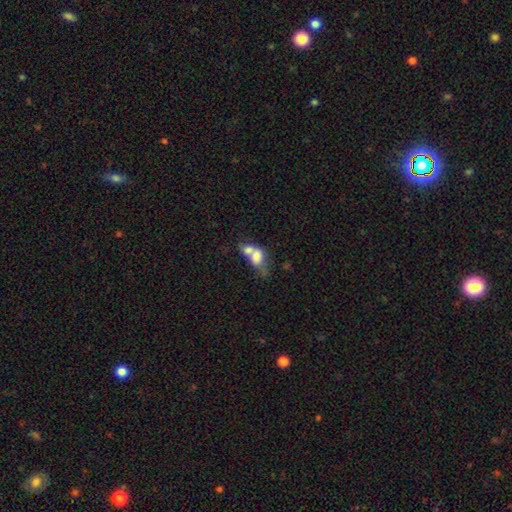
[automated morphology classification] smooth-or-featured: smooth: 68% | featured or disk: 22% | star or artifact: 9%
  how-rounded: in between: 77% | round: 20% | cigar-shaped: 3%
  merging: merger: 72% | none: 12% | major disturbance: 9% | minor disturbance: 7%